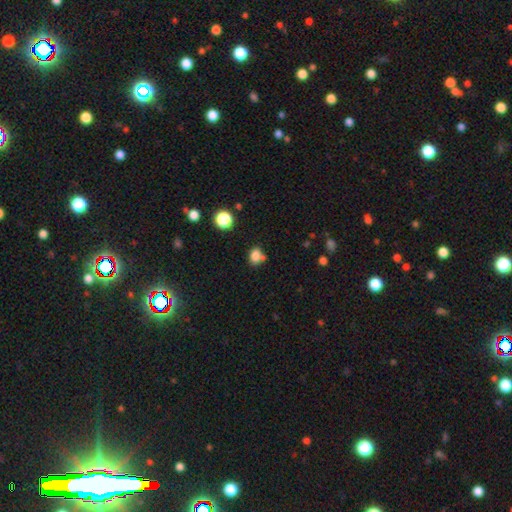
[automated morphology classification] A smooth galaxy with no disk features (81%) that is in between round and cigar-shaped (54%). Merging: none (60%).